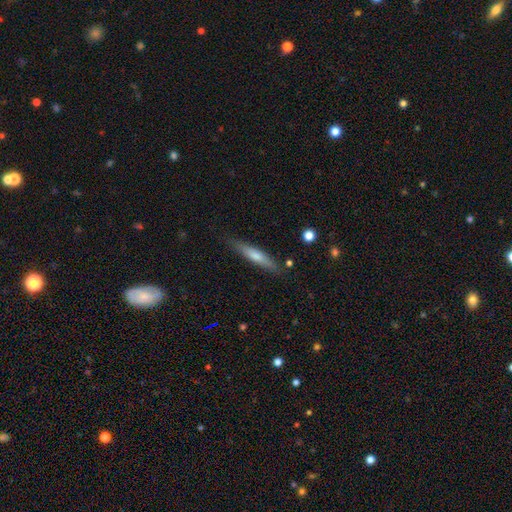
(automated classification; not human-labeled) Morphology: type=smooth (64%); roundness=cigar-shaped (88%); merging=none (81%).